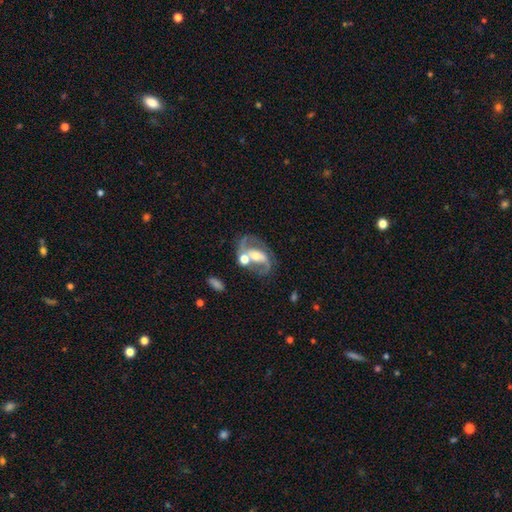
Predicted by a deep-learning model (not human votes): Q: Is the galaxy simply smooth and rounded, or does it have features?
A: featured or disk — 83%.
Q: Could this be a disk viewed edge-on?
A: no — 97%.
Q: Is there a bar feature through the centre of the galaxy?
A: weak — 36%.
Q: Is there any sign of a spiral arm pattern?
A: yes — 93%.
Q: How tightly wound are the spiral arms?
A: medium — 56%.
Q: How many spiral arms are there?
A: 2 — 88%.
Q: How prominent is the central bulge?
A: moderate — 58%.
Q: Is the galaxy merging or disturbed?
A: none — 52%.